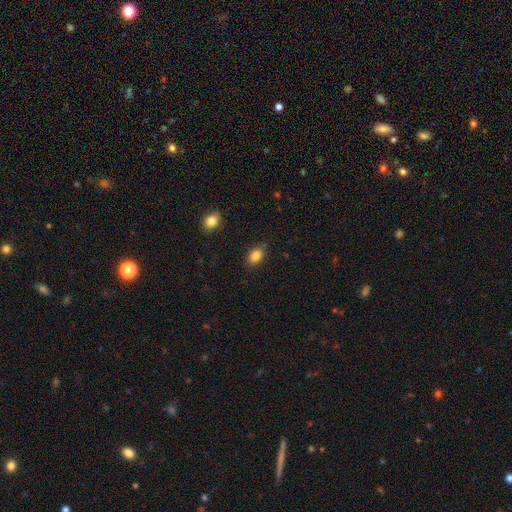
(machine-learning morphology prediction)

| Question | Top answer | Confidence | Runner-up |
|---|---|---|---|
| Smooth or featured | smooth | 85% | star or artifact (10%) |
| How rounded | in between | 79% | round (19%) |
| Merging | none | 85% | minor disturbance (11%) |